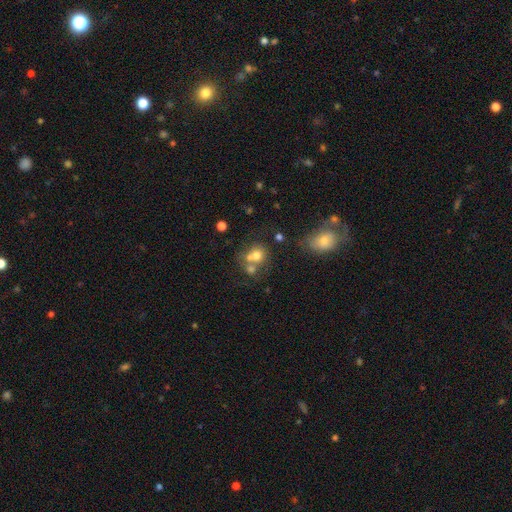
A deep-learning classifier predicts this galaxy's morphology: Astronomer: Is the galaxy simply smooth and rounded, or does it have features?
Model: smooth — 68%.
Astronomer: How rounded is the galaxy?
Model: round — 72%.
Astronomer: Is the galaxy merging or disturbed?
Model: merger — 48% (runner-up: none, 36%).